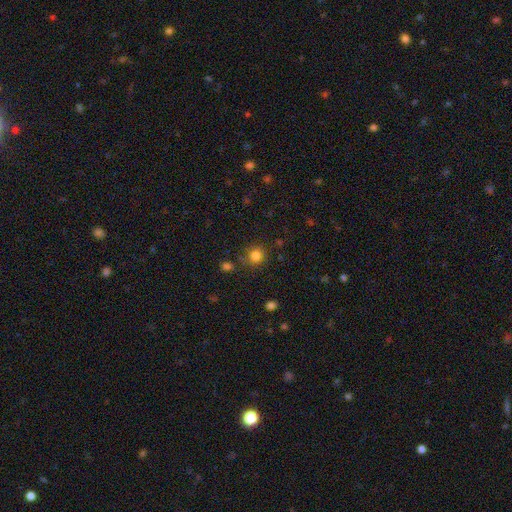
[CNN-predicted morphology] A smooth galaxy with no disk features (82%) that is round (91%).

Vote fractions:
- Smooth or featured? smooth: 82% / star or artifact: 13% / featured or disk: 5%
- How rounded? round: 91% / in between: 8% / cigar-shaped: 1%
- Merging? none: 82% / minor disturbance: 10% / major disturbance: 4% / merger: 4%